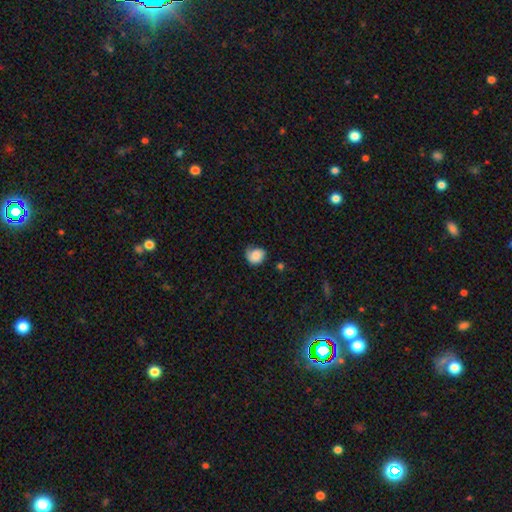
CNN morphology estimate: Smooth or featured? Predicted: smooth (p=0.72). How rounded? Predicted: round (p=0.68). Merging? Predicted: none (p=0.47).